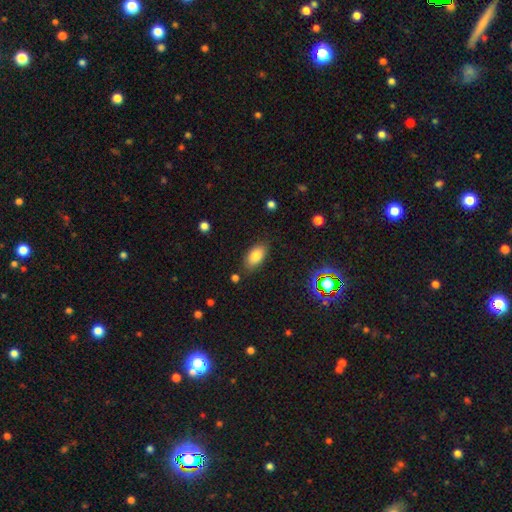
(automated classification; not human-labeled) smooth-or-featured: smooth: 82% | star or artifact: 9% | featured or disk: 9%
  how-rounded: in between: 91% | round: 4% | cigar-shaped: 4%
  merging: none: 82% | minor disturbance: 13% | major disturbance: 3% | merger: 2%